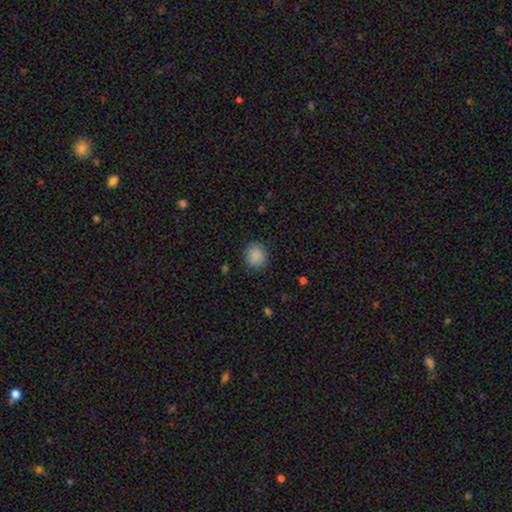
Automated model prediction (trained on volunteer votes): Smooth or featured: smooth — 88% (star or artifact — 9%)
How rounded: round — 80% (in between — 19%)
Merging: none — 87% (minor disturbance — 9%)